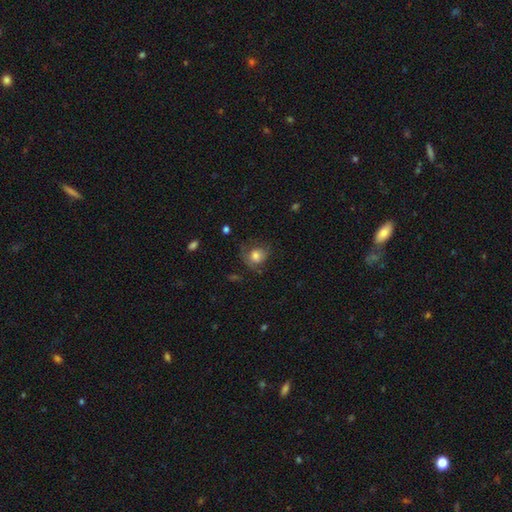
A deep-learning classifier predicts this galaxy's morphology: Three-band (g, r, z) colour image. It shows a smooth galaxy with no disk features (72%) that is round (68%). Merging: none (50%).